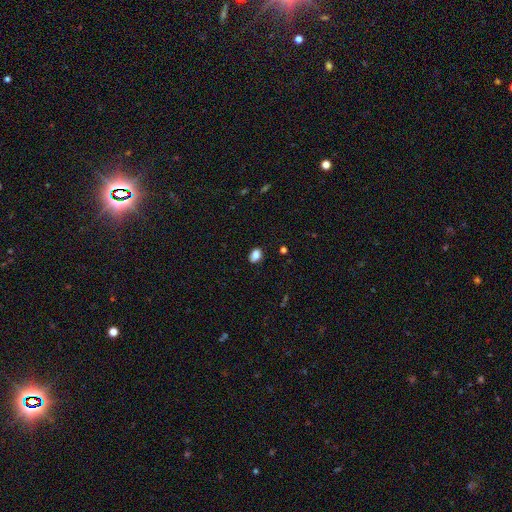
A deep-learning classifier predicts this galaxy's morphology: A smooth galaxy with no disk features (85%) that is in between round and cigar-shaped (76%). Merging: none (86%).